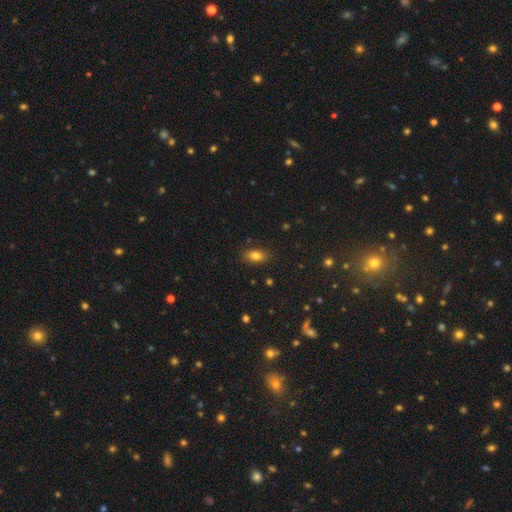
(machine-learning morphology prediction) A smooth galaxy with no disk features (81%) that is in between round and cigar-shaped (86%). Merging: none (85%).